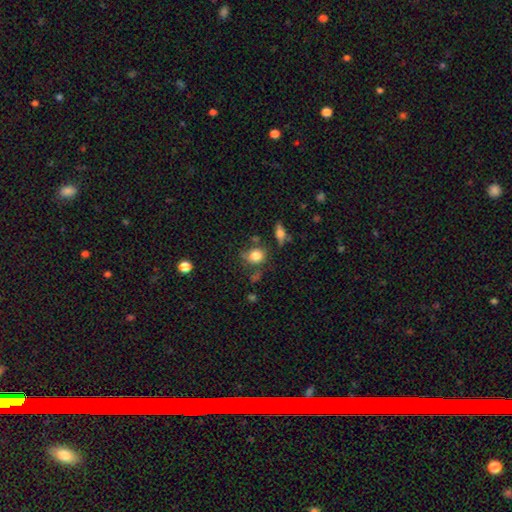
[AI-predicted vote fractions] Q: Smooth or featured?
A: smooth (81%); runner-up: star or artifact (10%)
Q: How rounded?
A: round (67%); runner-up: in between (31%)
Q: Merging?
A: none (65%); runner-up: minor disturbance (19%)